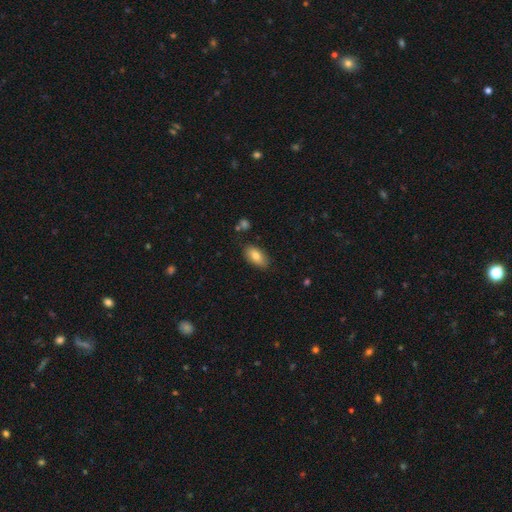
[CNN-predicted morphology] Q: Smooth or featured?
A: smooth (78%); runner-up: featured or disk (14%)
Q: How rounded?
A: in between (90%); runner-up: cigar-shaped (6%)
Q: Merging?
A: none (82%); runner-up: minor disturbance (13%)